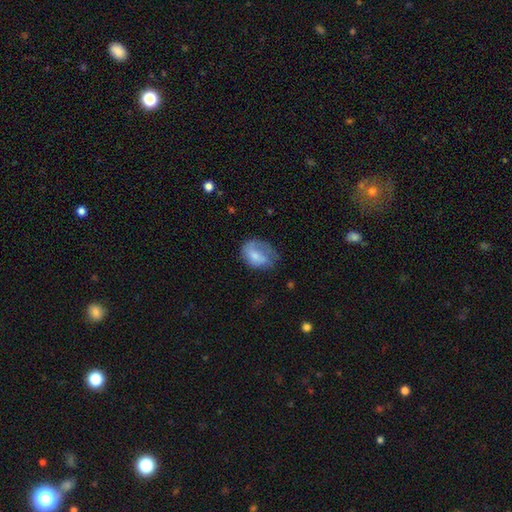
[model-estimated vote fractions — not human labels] smooth-or-featured: smooth: 60% | featured or disk: 32% | star or artifact: 7%
  how-rounded: in between: 67% | round: 32% | cigar-shaped: 1%
  merging: none: 37% | minor disturbance: 32% | major disturbance: 29% | merger: 2%